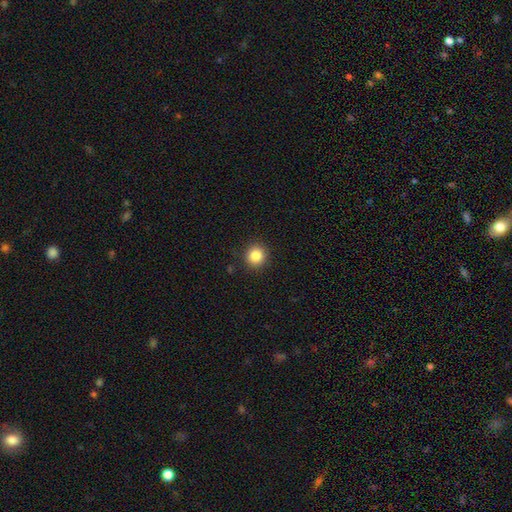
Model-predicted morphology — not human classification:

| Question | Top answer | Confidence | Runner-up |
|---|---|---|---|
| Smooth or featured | smooth | 85% | star or artifact (11%) |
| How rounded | round | 92% | in between (7%) |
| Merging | none | 91% | minor disturbance (6%) |